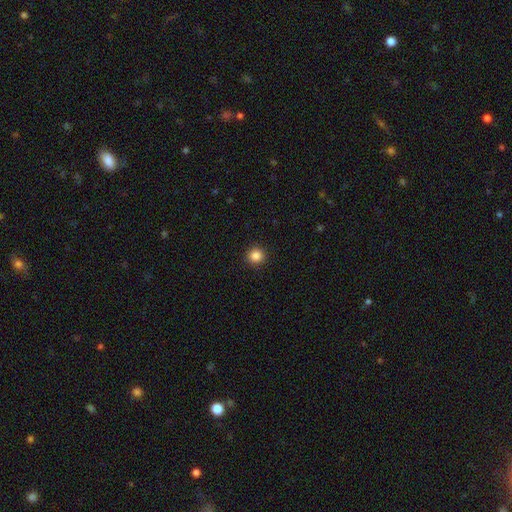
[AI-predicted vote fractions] Q: Smooth or featured?
A: smooth (86%); runner-up: star or artifact (11%)
Q: How rounded?
A: round (94%); runner-up: in between (5%)
Q: Merging?
A: none (93%); runner-up: minor disturbance (4%)